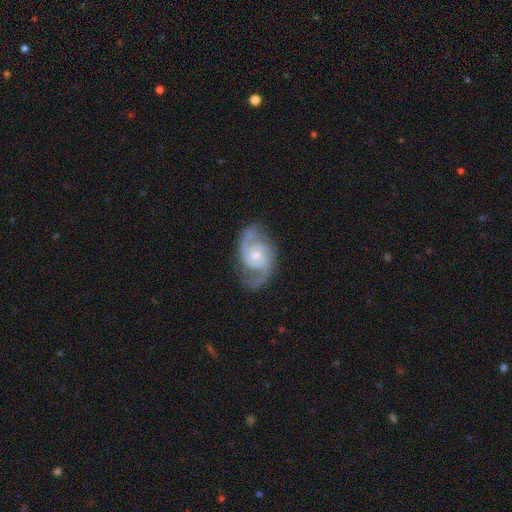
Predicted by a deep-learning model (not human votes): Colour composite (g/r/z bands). It shows a featured or disk galaxy (92%) with no bar (55%), 2 (77%) medium (56%) spiral arms (98%) and a small central bulge (51%). Merging: none (74%).